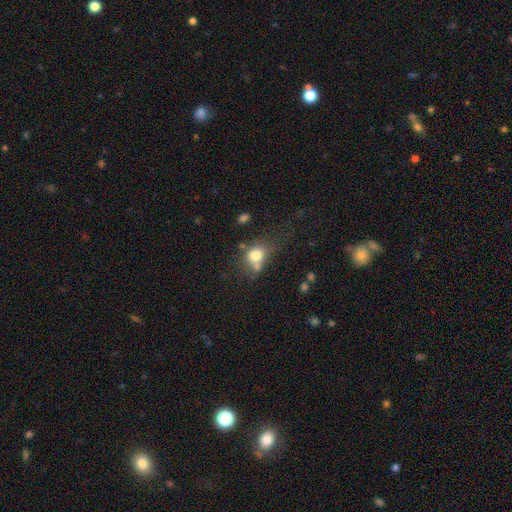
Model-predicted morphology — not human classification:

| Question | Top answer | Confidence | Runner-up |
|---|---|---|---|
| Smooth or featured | smooth | 75% | featured or disk (14%) |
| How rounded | round | 53% | in between (45%) |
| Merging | none | 37% | merger (30%) |